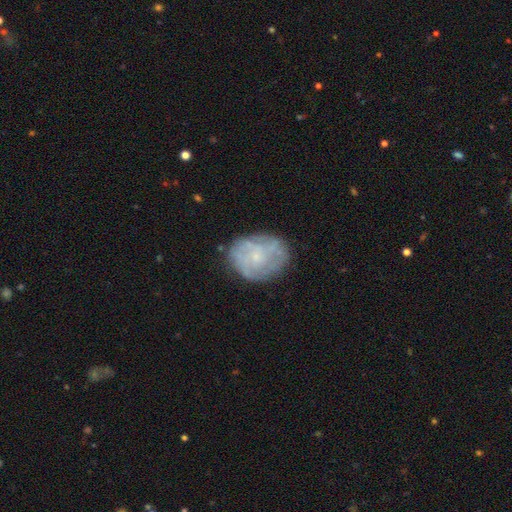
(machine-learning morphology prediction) smooth-or-featured: featured or disk: 58% | smooth: 34% | star or artifact: 8%
  disk-edge-on: no: 97% | yes: 3%
    bar: no: 81% | weak: 17% | strong: 3%
    has-spiral-arms: yes: 58% | no: 42%
    bulge-size: small: 66% | moderate: 19% | none: 13% | large: 1% | dominant: 1%
  merging: none: 70% | minor disturbance: 20% | major disturbance: 8% | merger: 2%